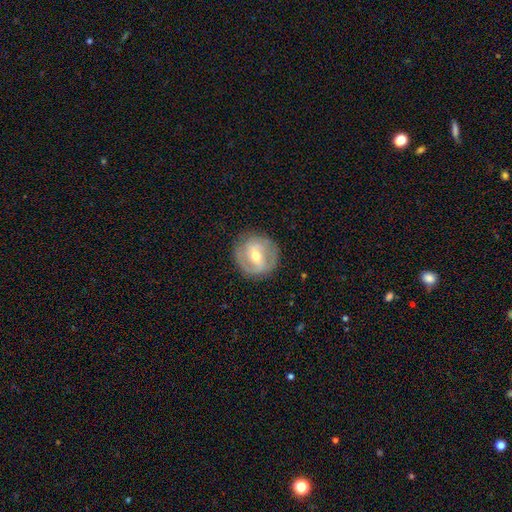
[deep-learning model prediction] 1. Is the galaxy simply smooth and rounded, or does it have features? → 76% featured or disk, 19% smooth, 6% star or artifact.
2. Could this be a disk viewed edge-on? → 96% no, 4% yes.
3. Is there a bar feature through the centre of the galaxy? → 44% weak, 37% strong, 19% no.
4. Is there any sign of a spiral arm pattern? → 81% yes, 19% no.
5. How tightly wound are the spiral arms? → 46% tight, 40% medium, 14% loose.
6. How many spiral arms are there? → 75% 2, 14% can't tell, 5% 3, 4% 1, 2% 4, 1% more than 4.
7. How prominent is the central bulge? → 59% moderate, 37% small, 2% large, 1% none, 1% dominant.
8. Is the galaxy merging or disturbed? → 83% none, 11% minor disturbance, 4% major disturbance, 1% merger.